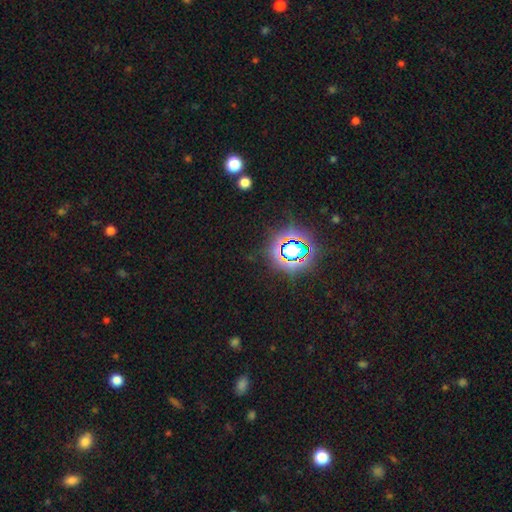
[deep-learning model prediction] smooth-or-featured: star or artifact: 77% | smooth: 15% | featured or disk: 8%